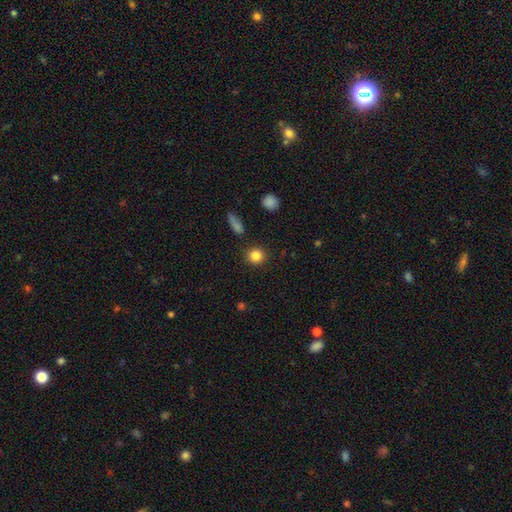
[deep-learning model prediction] The model was most divided on "smooth or featured": smooth: 84%, star or artifact: 10%, featured or disk: 6%. More confident: how rounded — round (90%); merging — none (89%).